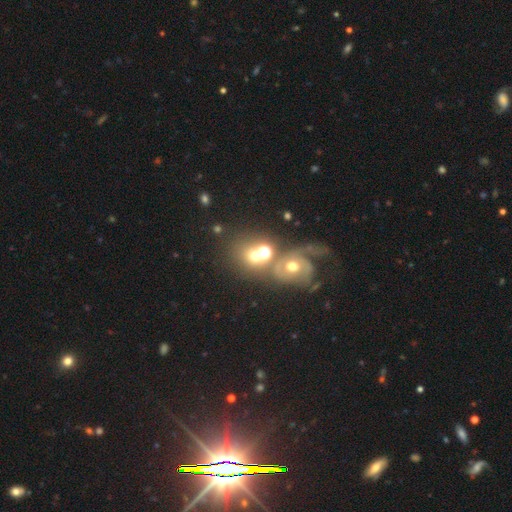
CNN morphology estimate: This is possibly a smooth galaxy (51%). How rounded: likely round (68%). Merging: marginally merger (43%).